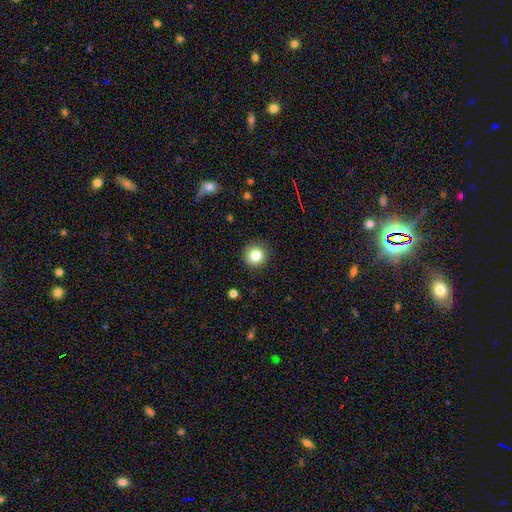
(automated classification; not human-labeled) Smooth or featured? smooth (82%)
How rounded? round (95%)
Merging? none (91%)